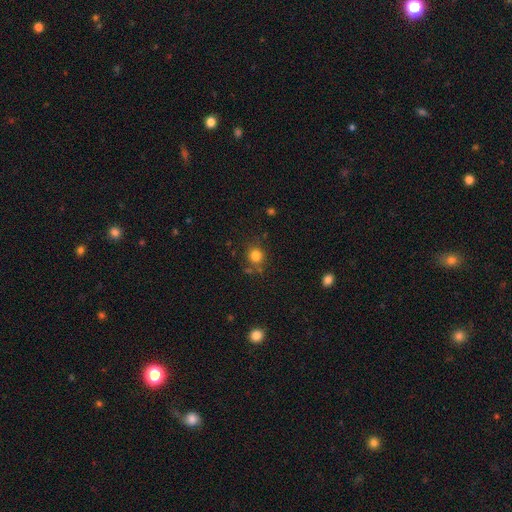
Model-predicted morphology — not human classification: A smooth galaxy with no disk features (81%) that is round (87%). Merging: none (76%).